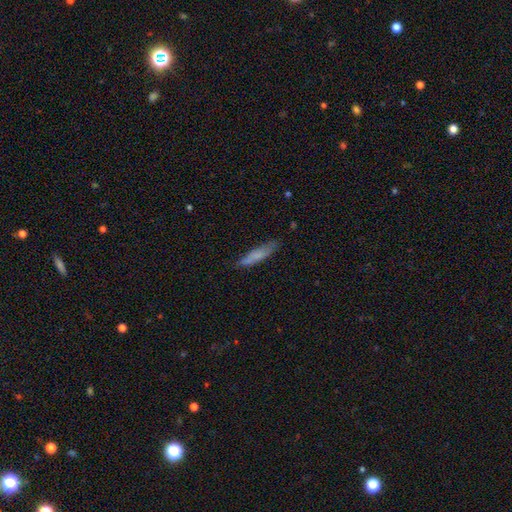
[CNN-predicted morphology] This is likely a smooth galaxy (73%). How rounded: clearly cigar-shaped (83%). Merging: likely none (76%).